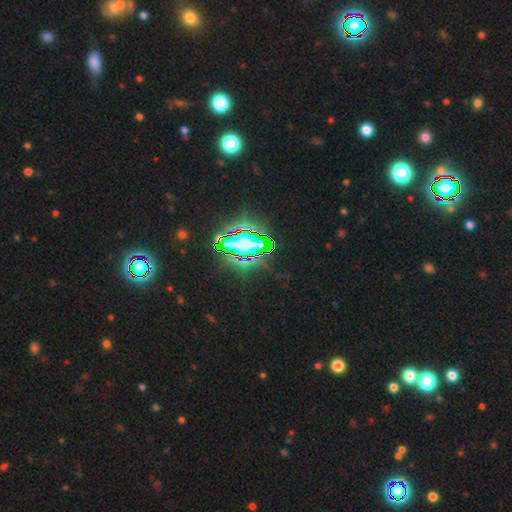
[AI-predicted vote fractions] A star or artifact, not a galaxy (74%).

Vote fractions:
- Smooth or featured? star or artifact: 74% / smooth: 14% / featured or disk: 13%